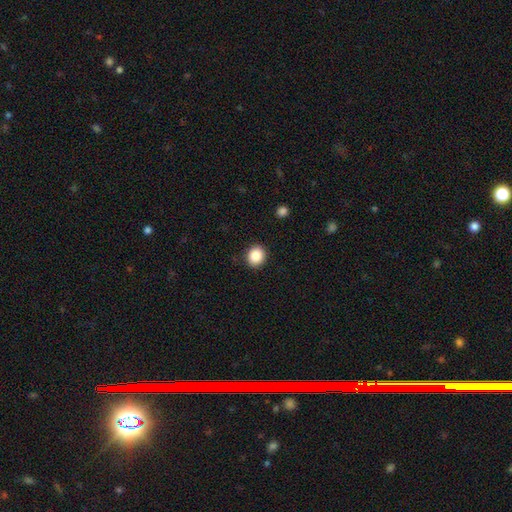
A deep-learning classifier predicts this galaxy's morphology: Smooth or featured? Predicted: smooth (p=0.87). How rounded? Predicted: round (p=0.77). Merging? Predicted: none (p=0.90).